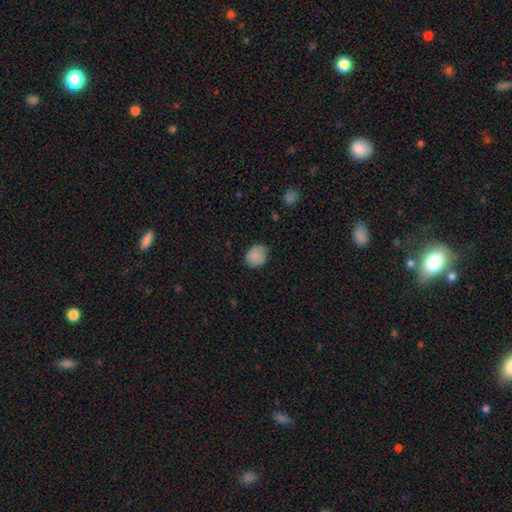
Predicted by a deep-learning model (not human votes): smooth-or-featured: smooth: 86% | star or artifact: 8% | featured or disk: 6%
  how-rounded: round: 57% | in between: 42% | cigar-shaped: 1%
  merging: none: 74% | minor disturbance: 22% | major disturbance: 3% | merger: 1%